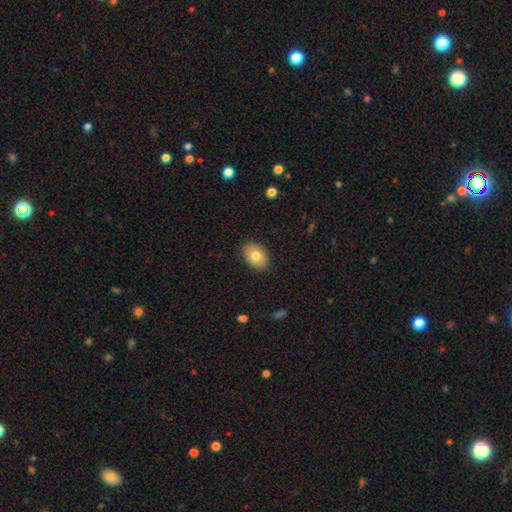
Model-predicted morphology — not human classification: smooth 79%, featured or disk 13%, star or artifact 8%. Down the decision tree: how rounded — in between (76%); merging — none (88%).